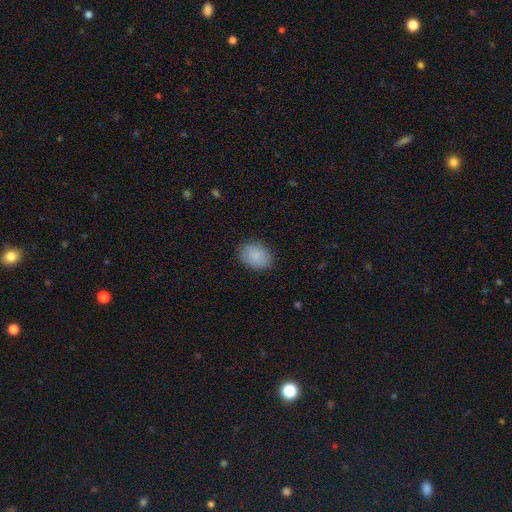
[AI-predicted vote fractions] smooth-or-featured: smooth: 87% | star or artifact: 7% | featured or disk: 5%
  how-rounded: in between: 64% | round: 35% | cigar-shaped: 1%
  merging: none: 87% | minor disturbance: 10% | major disturbance: 2% | merger: 1%